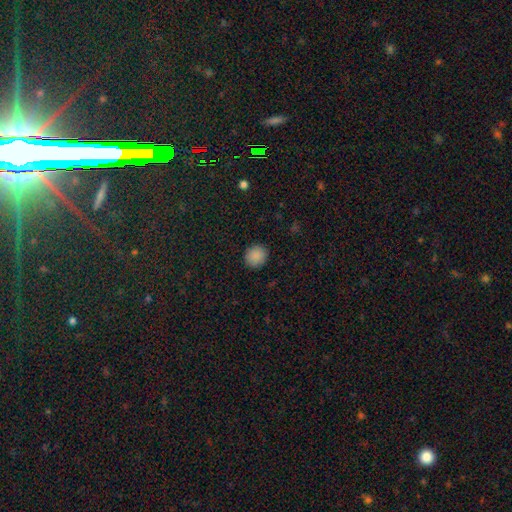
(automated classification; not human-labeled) Smooth or featured? Predicted: smooth (p=0.88). How rounded? Predicted: round (p=0.88). Merging? Predicted: none (p=0.92).